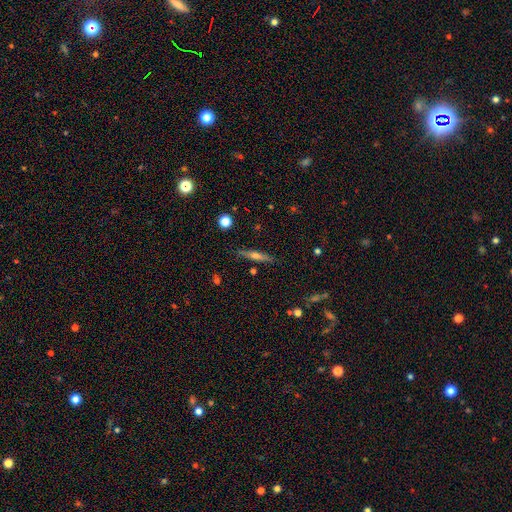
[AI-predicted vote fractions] Q: Smooth or featured?
A: featured or disk (54%); runner-up: smooth (39%)
Q: Edge-on disk?
A: yes (95%); runner-up: no (5%)
Q: Edge-on bulge?
A: rounded (81%); runner-up: none (13%)
Q: Merging?
A: none (87%); runner-up: minor disturbance (9%)